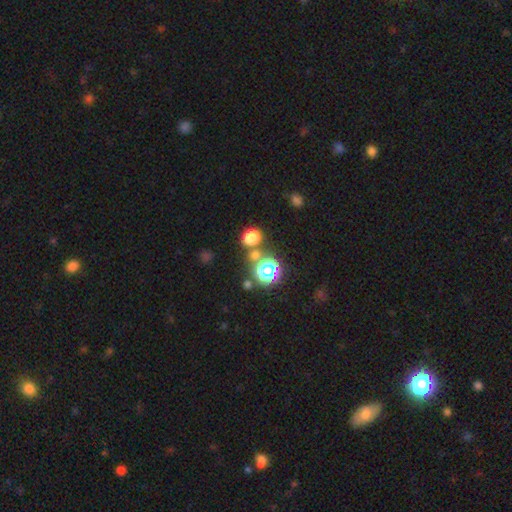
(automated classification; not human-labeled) smooth 61%, star or artifact 33%, featured or disk 7%. Down the decision tree: how rounded — round (78%); merging — none (63%).